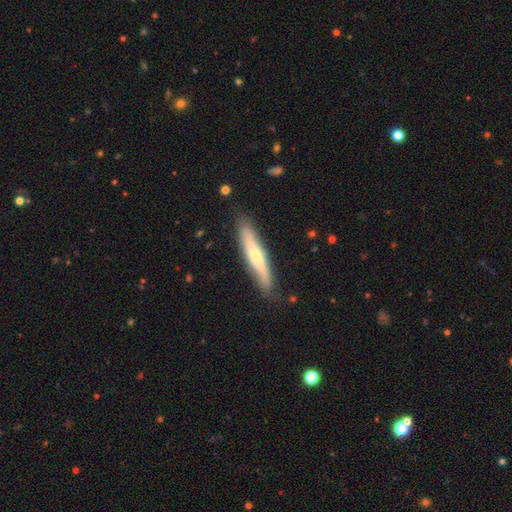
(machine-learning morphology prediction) Overall: smooth (52%; featured or disk 43%). How rounded: cigar-shaped (89%). Merging: none (82%).